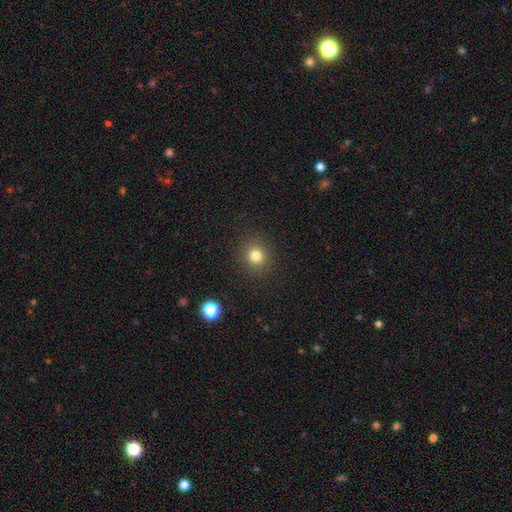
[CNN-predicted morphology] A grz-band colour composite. It shows a smooth galaxy with no disk features (80%) that is round (88%). Merging: none (90%).